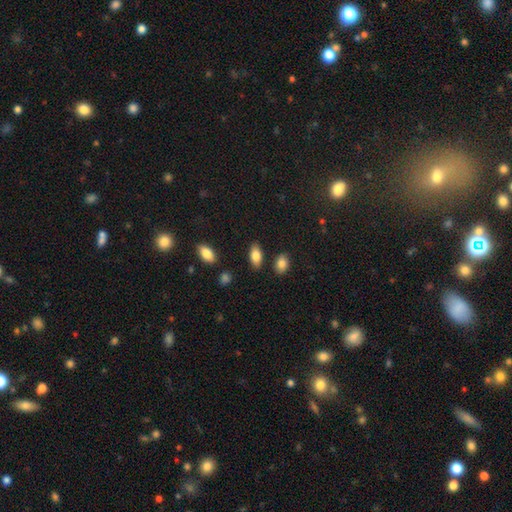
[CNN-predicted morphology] smooth-or-featured: smooth: 82% | featured or disk: 11% | star or artifact: 7%
  how-rounded: in between: 90% | cigar-shaped: 7% | round: 3%
  merging: none: 85% | minor disturbance: 9% | merger: 3% | major disturbance: 2%